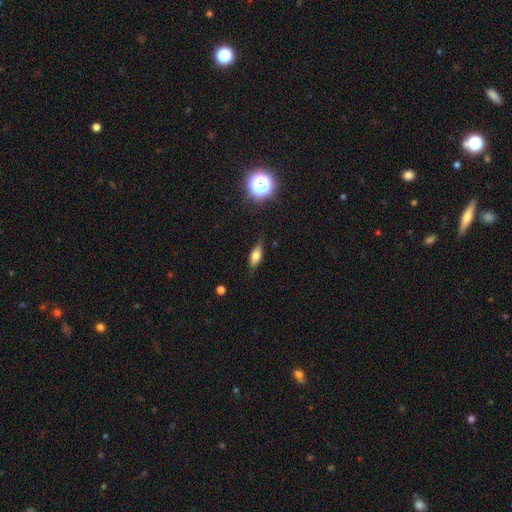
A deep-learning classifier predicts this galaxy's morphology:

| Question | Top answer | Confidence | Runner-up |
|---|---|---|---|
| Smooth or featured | smooth | 66% | featured or disk (24%) |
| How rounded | in between | 71% | cigar-shaped (22%) |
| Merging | none | 77% | minor disturbance (17%) |